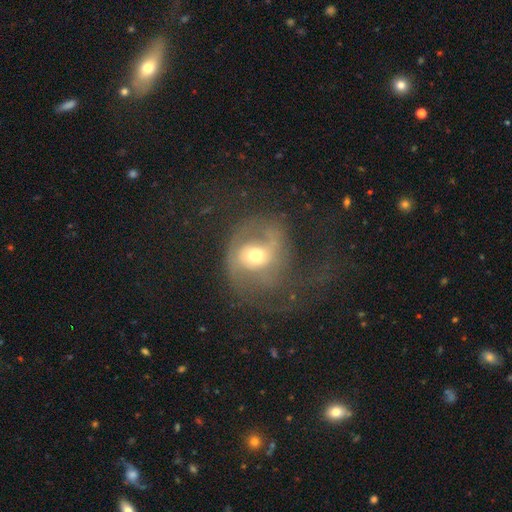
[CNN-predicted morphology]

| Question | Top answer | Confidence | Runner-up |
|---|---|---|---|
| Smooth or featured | featured or disk | 61% | smooth (29%) |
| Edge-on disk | no | 96% | yes (4%) |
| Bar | no | 69% | weak (23%) |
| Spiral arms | yes | 63% | no (37%) |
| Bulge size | moderate | 64% | small (24%) |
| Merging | major disturbance | 49% | none (30%) |